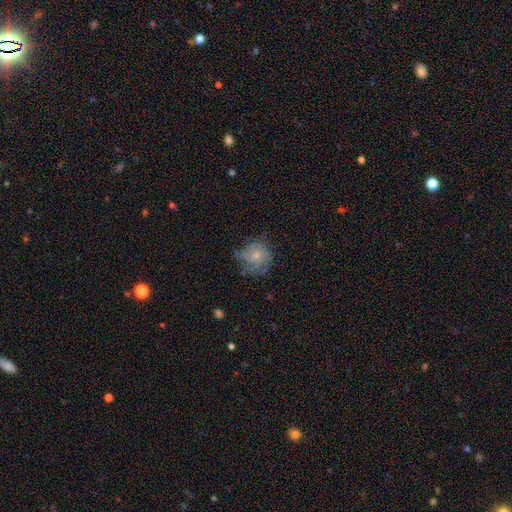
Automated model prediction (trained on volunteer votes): smooth_or_featured: smooth (p=0.47) [alt: featured or disk p=0.42]
merging: none (p=0.58) [alt: minor disturbance p=0.25]